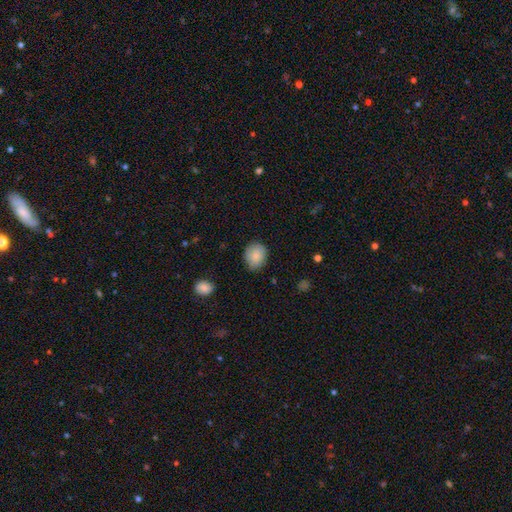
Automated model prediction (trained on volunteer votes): Smooth or featured? smooth (86%)
How rounded? round (59%)
Merging? none (79%)